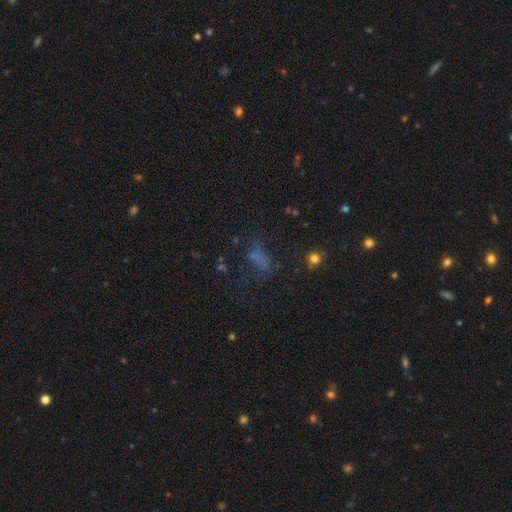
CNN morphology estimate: Smooth or featured: smooth — 42% (star or artifact — 39%)
Merging: none — 50% (major disturbance — 26%)